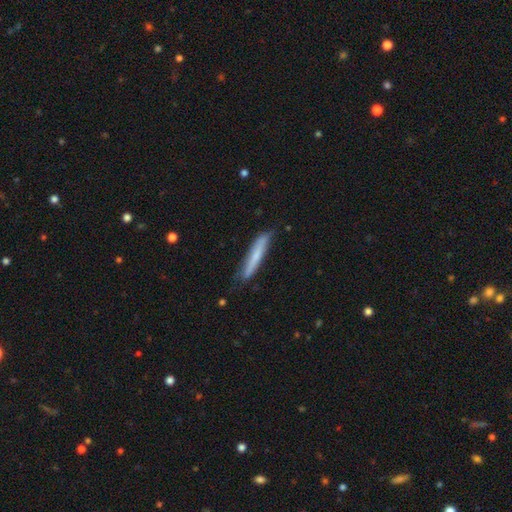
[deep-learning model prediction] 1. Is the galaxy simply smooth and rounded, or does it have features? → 64% smooth, 30% featured or disk, 6% star or artifact.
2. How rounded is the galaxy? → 94% cigar-shaped, 5% in between, 1% round.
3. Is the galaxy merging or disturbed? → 78% none, 18% minor disturbance, 3% major disturbance, 2% merger.